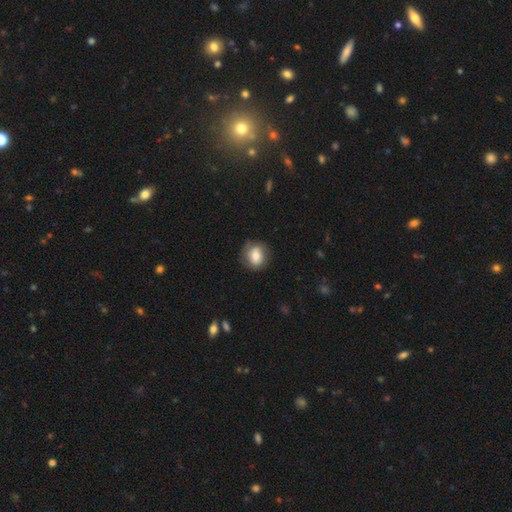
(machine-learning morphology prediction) This appears to be a smooth galaxy with no disk features (75%) that is round (65%). Merging: none (78%).